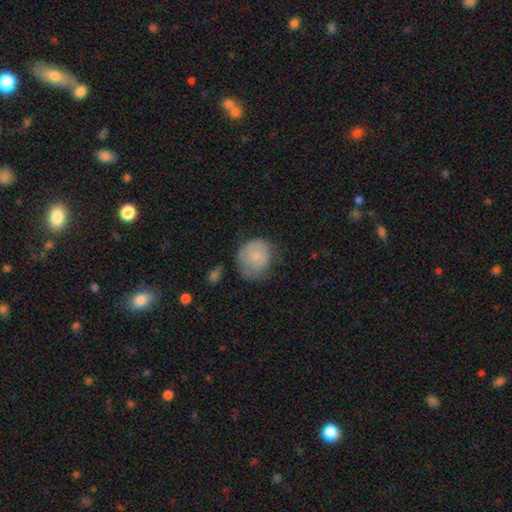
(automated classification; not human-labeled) Smooth or featured?
  - smooth: 63% *
  - featured or disk: 30%
  - star or artifact: 7%
How rounded?
  - round: 78% *
  - in between: 21%
  - cigar-shaped: 1%
Merging?
  - none: 52% *
  - minor disturbance: 31%
  - major disturbance: 14%
  - merger: 2%